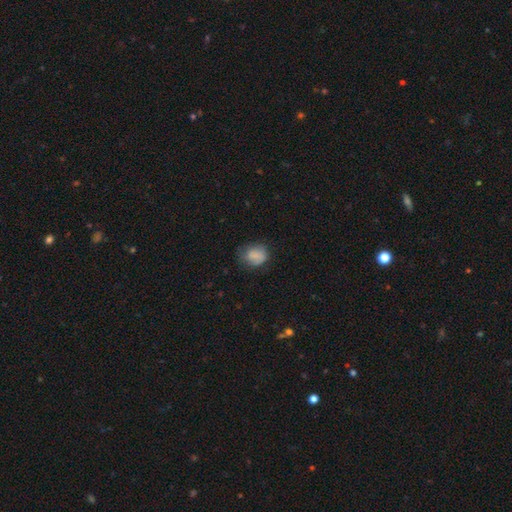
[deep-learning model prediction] smooth 79%, featured or disk 12%, star or artifact 9%. Down the decision tree: how rounded — round (55%); merging — none (59%).